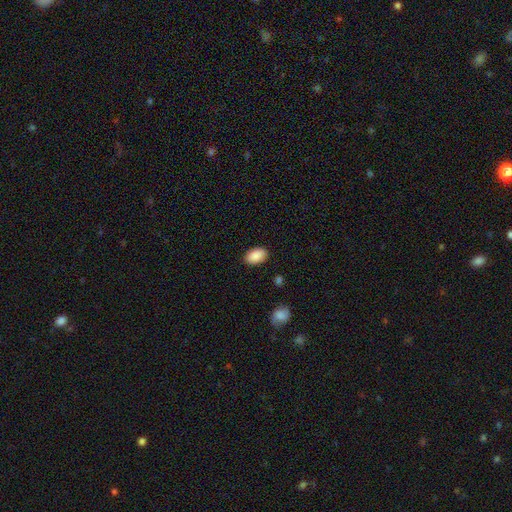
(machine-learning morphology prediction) Q: Smooth or featured?
A: smooth (90%); runner-up: star or artifact (7%)
Q: How rounded?
A: in between (92%); runner-up: round (6%)
Q: Merging?
A: none (88%); runner-up: minor disturbance (9%)